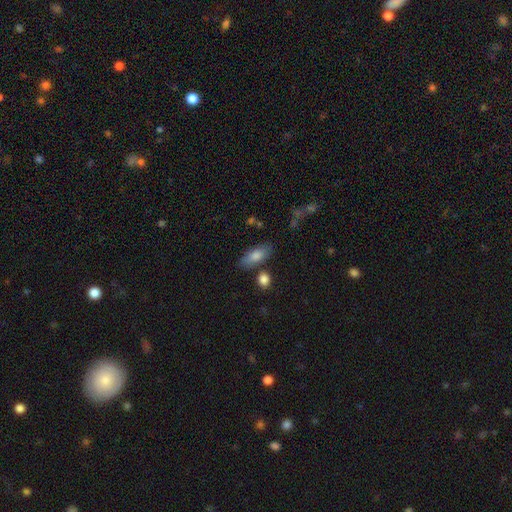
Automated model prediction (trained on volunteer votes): smooth 80%, featured or disk 13%, star or artifact 7%. Down the decision tree: how rounded — in between (79%); merging — none (77%).